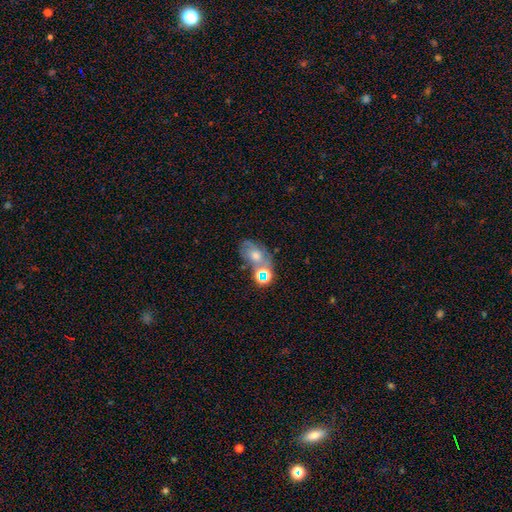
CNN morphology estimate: This is marginally a featured or disk galaxy (40%). Merging: possibly none (46%).